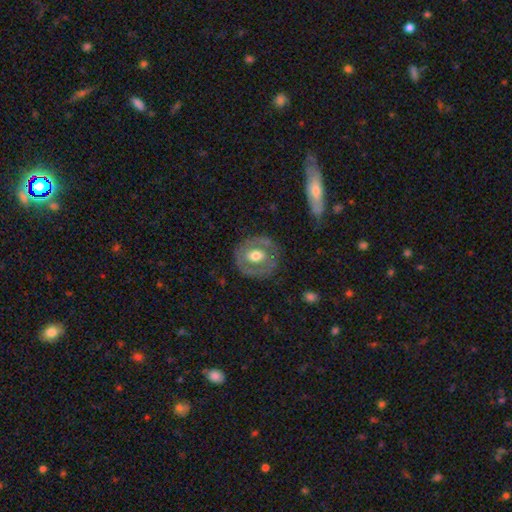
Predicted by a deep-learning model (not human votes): This appears to be a featured or disk galaxy (57%) with no bar (60%), no spiral arms (72%) and a moderate central bulge (68%). Merging: none (77%).